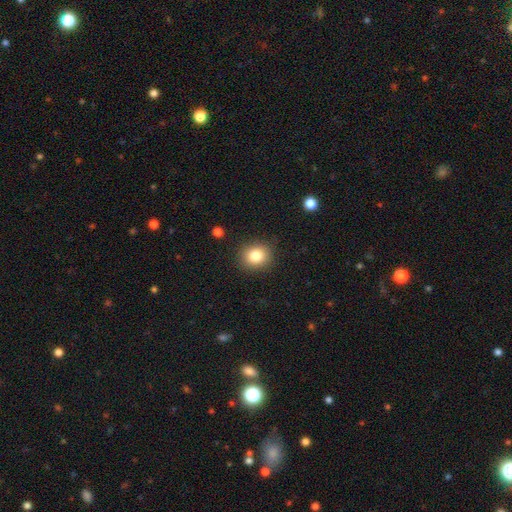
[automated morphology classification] Overall: smooth (82%). How rounded: round (76%). Merging: none (88%).